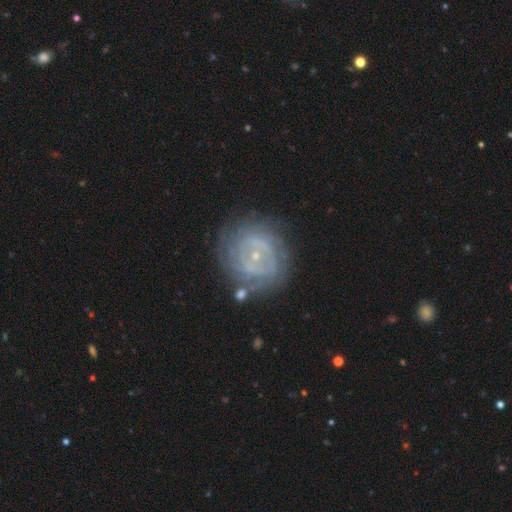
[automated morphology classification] featured or disk 79%, smooth 13%, star or artifact 7%. Down the decision tree: edge-on disk — no (97%); bar — no (53%); spiral arms — yes (85%); spiral arm count — can't tell (43%); spiral winding — tight (76%); bulge size — small (81%); merging — none (73%).